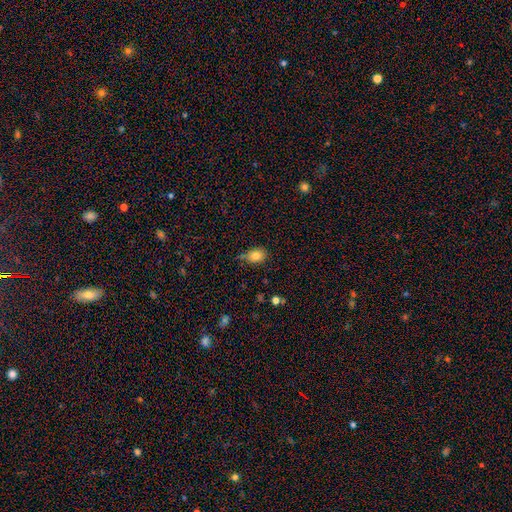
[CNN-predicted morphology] This appears to be a smooth galaxy with no disk features (80%) that is in between round and cigar-shaped (74%). Merging: none (62%).